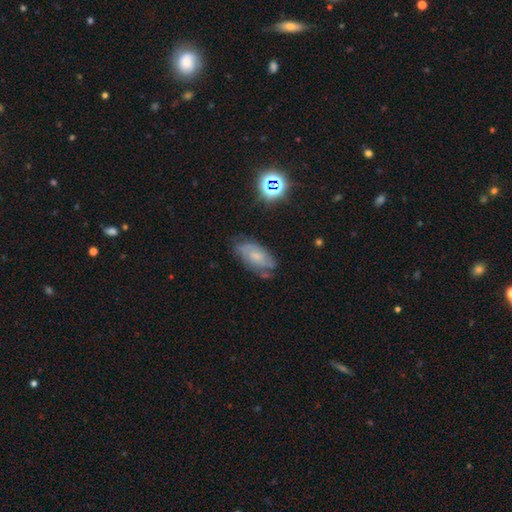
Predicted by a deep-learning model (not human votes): This is possibly a featured or disk galaxy (45%). Merging: likely none (63%).